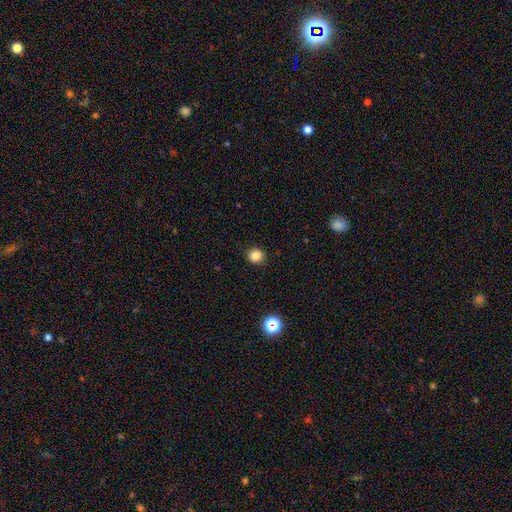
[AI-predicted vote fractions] smooth-or-featured: smooth: 84% | star or artifact: 12% | featured or disk: 4%
  how-rounded: round: 88% | in between: 11% | cigar-shaped: 1%
  merging: none: 88% | minor disturbance: 8% | major disturbance: 2% | merger: 1%